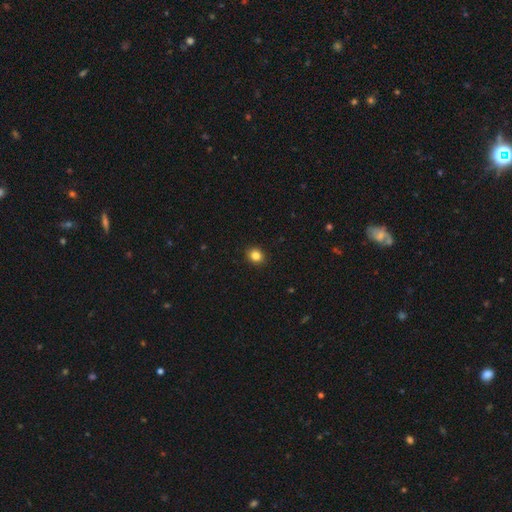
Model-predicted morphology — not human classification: Smooth or featured?
  - smooth: 84% *
  - star or artifact: 11%
  - featured or disk: 5%
How rounded?
  - round: 65% *
  - in between: 34%
  - cigar-shaped: 1%
Merging?
  - none: 91% *
  - minor disturbance: 6%
  - major disturbance: 2%
  - merger: 1%